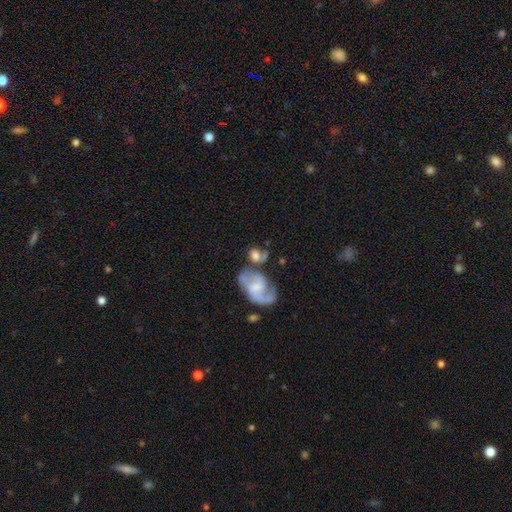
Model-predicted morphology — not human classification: smooth 54%, featured or disk 38%, star or artifact 8%. Down the decision tree: how rounded — round (52%); merging — none (42%).